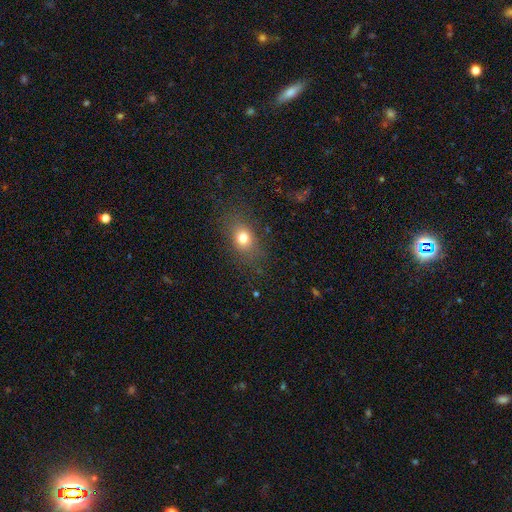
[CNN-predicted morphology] This is likely a smooth galaxy (64%). How rounded: likely in between (68%). Merging: clearly none (85%).